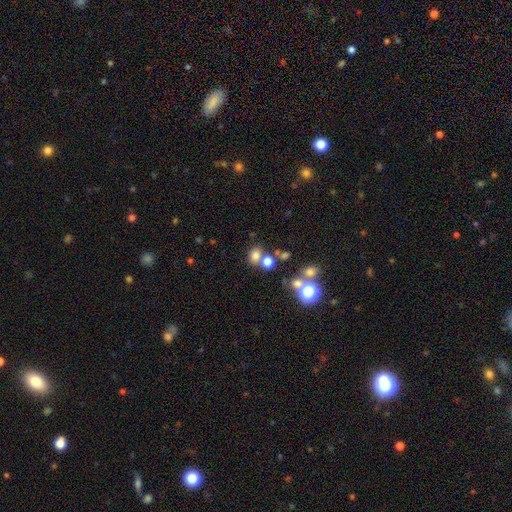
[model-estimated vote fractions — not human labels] smooth-or-featured: smooth: 73% | star or artifact: 19% | featured or disk: 9%
  how-rounded: round: 55% | in between: 44% | cigar-shaped: 1%
  merging: none: 56% | merger: 28% | minor disturbance: 10% | major disturbance: 5%